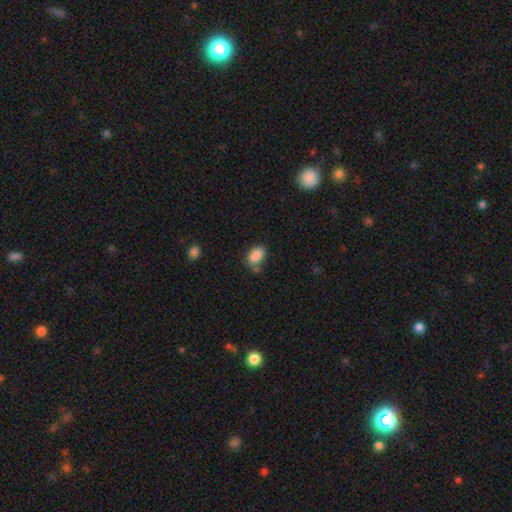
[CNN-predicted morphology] A smooth galaxy with no disk features (87%) that is in between round and cigar-shaped (89%).

Vote fractions:
- Smooth or featured? smooth: 87% / star or artifact: 8% / featured or disk: 5%
- How rounded? in between: 89% / round: 10% / cigar-shaped: 2%
- Merging? none: 65% / minor disturbance: 18% / merger: 12% / major disturbance: 5%